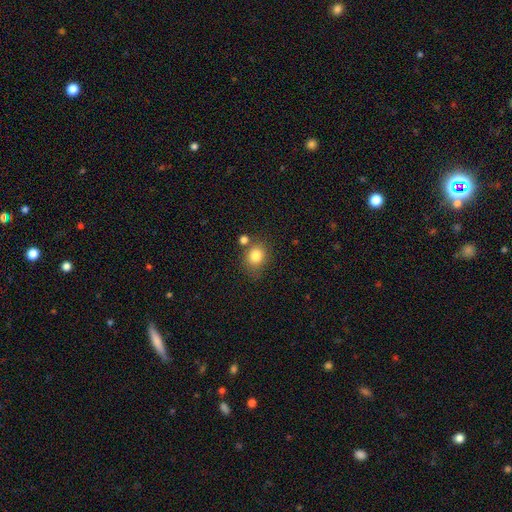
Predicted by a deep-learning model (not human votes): Smooth or featured? smooth (82%)
How rounded? round (69%)
Merging? none (68%)